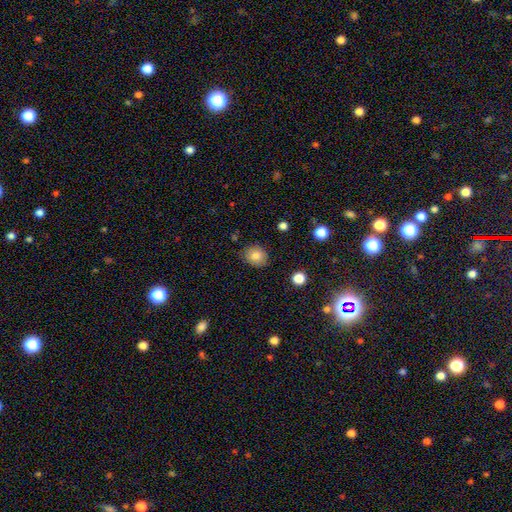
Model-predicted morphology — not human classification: This is clearly a smooth galaxy (82%). How rounded: likely round (65%). Merging: clearly none (83%).